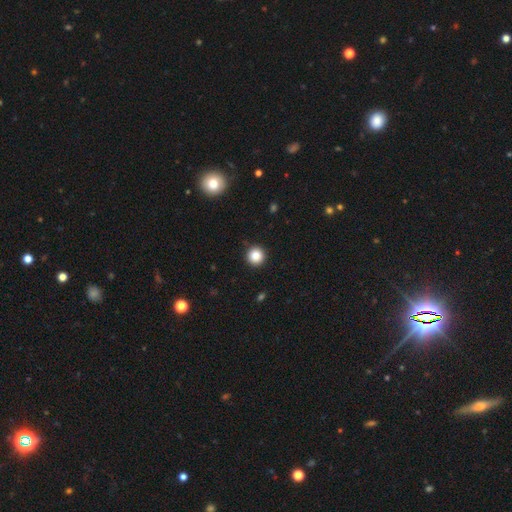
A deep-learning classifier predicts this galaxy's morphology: A smooth galaxy with no disk features (85%) that is round (96%).

Vote fractions:
- Smooth or featured? smooth: 85% / star or artifact: 10% / featured or disk: 5%
- How rounded? round: 96% / in between: 3% / cigar-shaped: 1%
- Merging? none: 93% / minor disturbance: 5% / major disturbance: 2% / merger: 1%